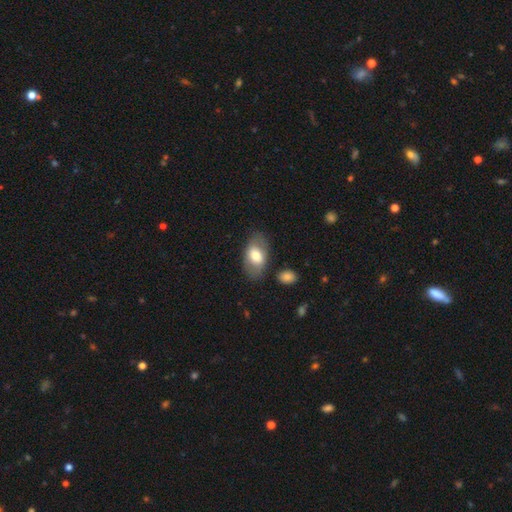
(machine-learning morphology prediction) Smooth or featured? Predicted: smooth (p=0.68). How rounded? Predicted: in between (p=0.91). Merging? Predicted: none (p=0.78).